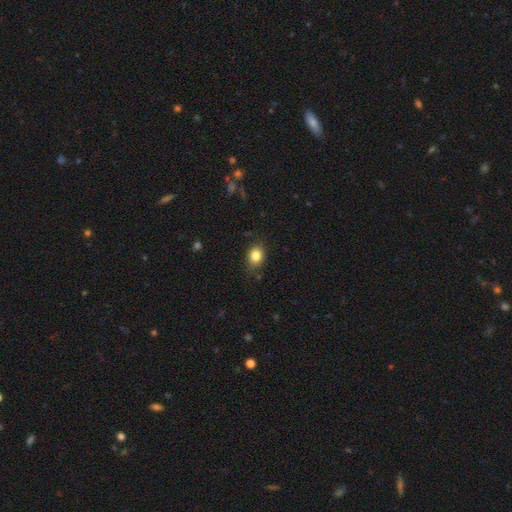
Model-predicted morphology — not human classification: Overall: smooth (83%). How rounded: in between (53%; round 46%). Merging: none (81%).